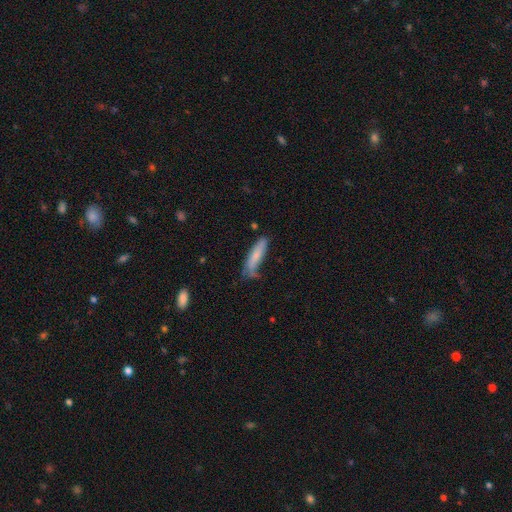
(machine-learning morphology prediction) smooth 73%, featured or disk 21%, star or artifact 7%. Down the decision tree: how rounded — cigar-shaped (76%); merging — none (54%).